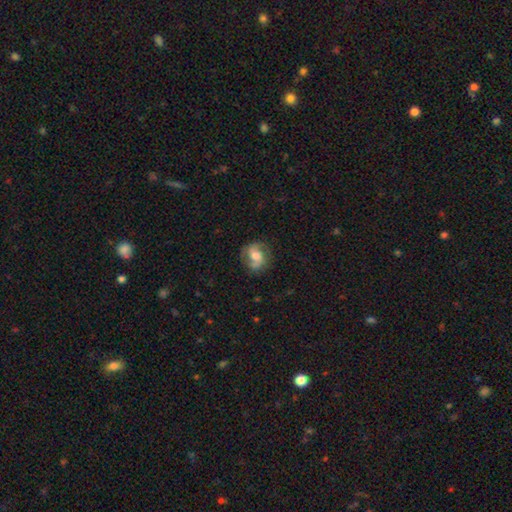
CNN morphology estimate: This is likely a featured or disk galaxy (63%). It is clearly not viewed edge-on (97%). Bar: possibly no (45%). Spiral arm pattern: clearly yes (87%). Spiral arm count: clearly 2 (83%). Spiral winding: possibly medium (47%). Central bulge: likely moderate (67%). Merging: likely none (75%).